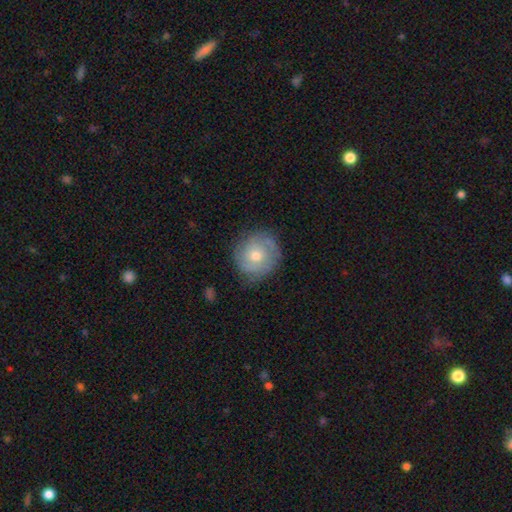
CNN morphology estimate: Smooth or featured? featured or disk (51%)
Edge-on disk? no (96%)
Merging? none (75%)